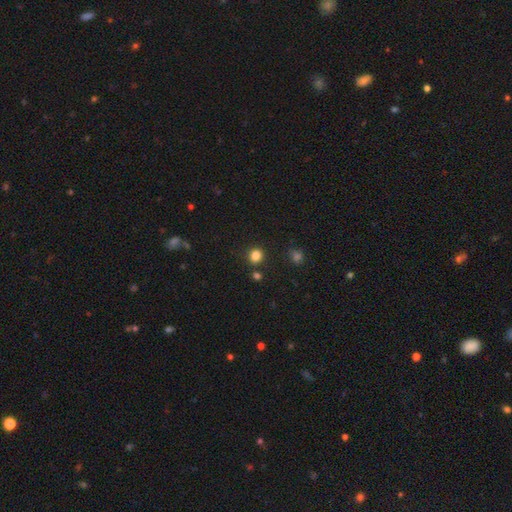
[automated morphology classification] This is clearly a smooth galaxy (82%). How rounded: likely round (79%). Merging: clearly none (83%).